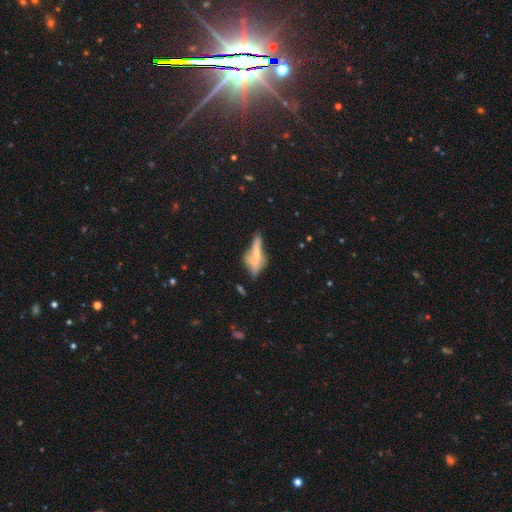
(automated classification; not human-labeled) Smooth or featured? smooth (49%)
Merging? none (38%)